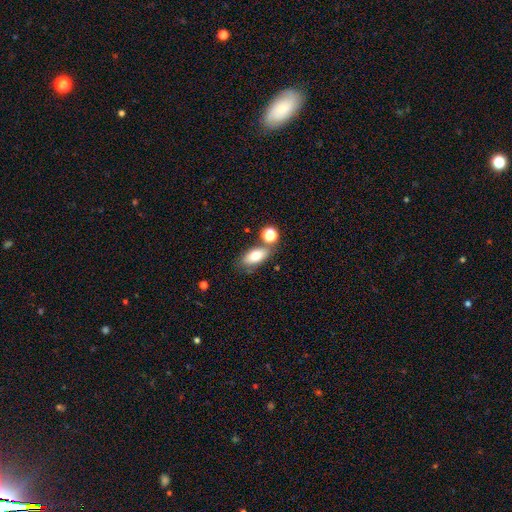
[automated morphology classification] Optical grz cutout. It shows a smooth galaxy with no disk features (77%) that is in between round and cigar-shaped (85%). Merging: none (64%).